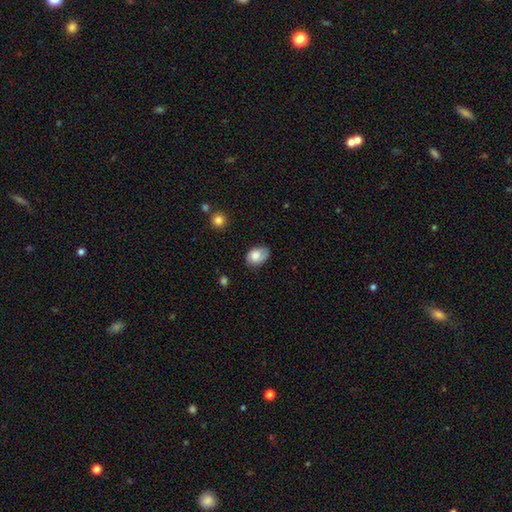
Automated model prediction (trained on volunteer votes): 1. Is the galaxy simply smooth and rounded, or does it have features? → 78% smooth, 15% featured or disk, 7% star or artifact.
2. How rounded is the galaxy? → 78% in between, 20% round, 1% cigar-shaped.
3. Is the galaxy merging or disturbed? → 65% none, 27% minor disturbance, 6% major disturbance, 2% merger.